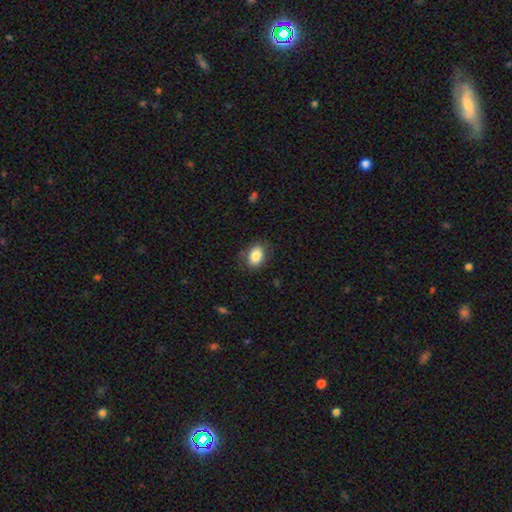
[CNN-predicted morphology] Smooth or featured?
  - smooth: 84% *
  - featured or disk: 8%
  - star or artifact: 7%
How rounded?
  - in between: 79% *
  - round: 20%
  - cigar-shaped: 1%
Merging?
  - none: 76% *
  - minor disturbance: 17%
  - major disturbance: 6%
  - merger: 1%